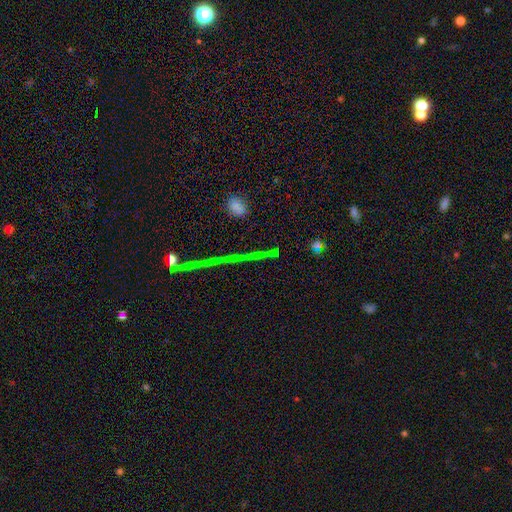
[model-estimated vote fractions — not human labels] This is likely a star or artifact rather than a galaxy (66%).